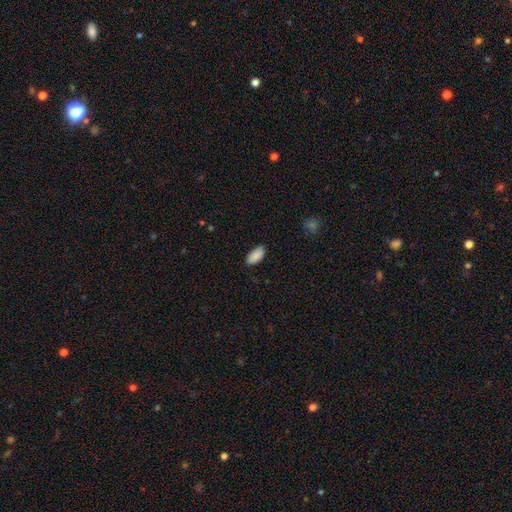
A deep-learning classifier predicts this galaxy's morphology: Q: Smooth or featured?
A: smooth (89%); runner-up: star or artifact (7%)
Q: How rounded?
A: in between (93%); runner-up: cigar-shaped (4%)
Q: Merging?
A: none (83%); runner-up: minor disturbance (14%)